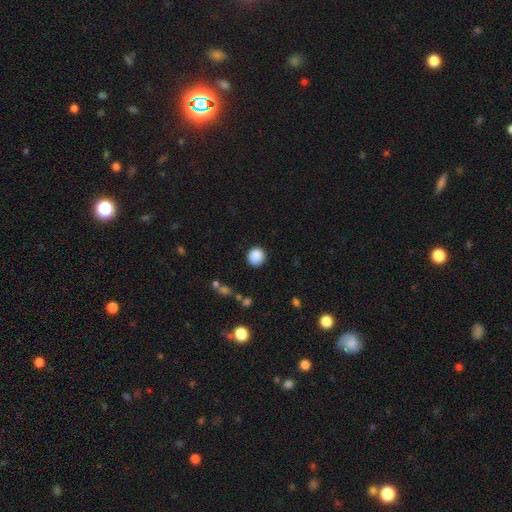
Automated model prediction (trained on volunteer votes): A smooth galaxy with no disk features (88%) that is round (91%).

Vote fractions:
- Smooth or featured? smooth: 88% / star or artifact: 9% / featured or disk: 3%
- How rounded? round: 91% / in between: 8% / cigar-shaped: 1%
- Merging? none: 89% / minor disturbance: 7% / major disturbance: 2% / merger: 1%